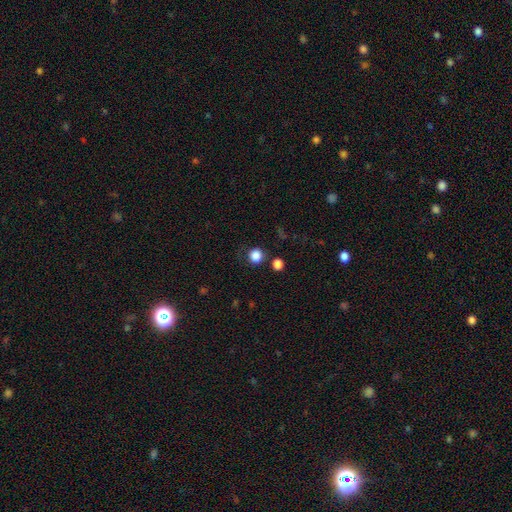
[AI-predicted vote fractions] The model was most divided on "merging": none: 80%, minor disturbance: 11%, merger: 5%, major disturbance: 5%. More confident: how rounded — round (90%); smooth or featured — smooth (84%).